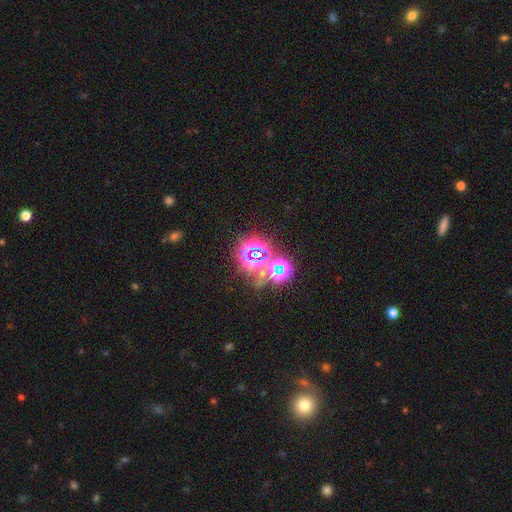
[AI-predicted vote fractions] Smooth or featured? Predicted: star or artifact (p=0.75).